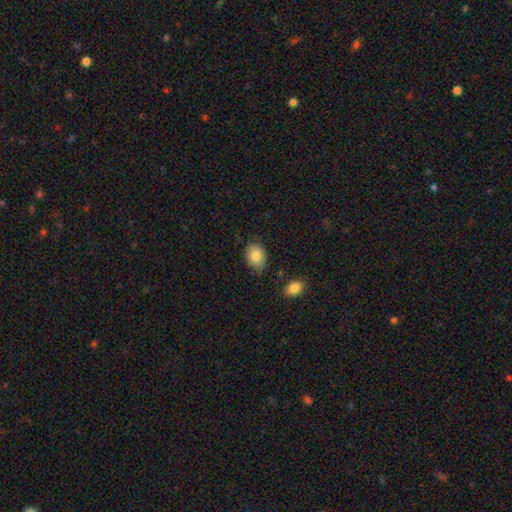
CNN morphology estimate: The model was most divided on "how rounded": in between: 68%, round: 31%, cigar-shaped: 1%. More confident: smooth or featured — smooth (84%); merging — none (76%).